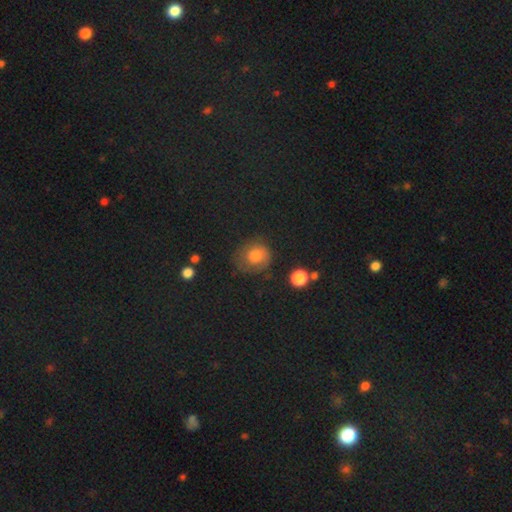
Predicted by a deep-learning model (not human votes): This is likely a smooth galaxy (68%). How rounded: likely round (79%). Merging: likely none (66%).